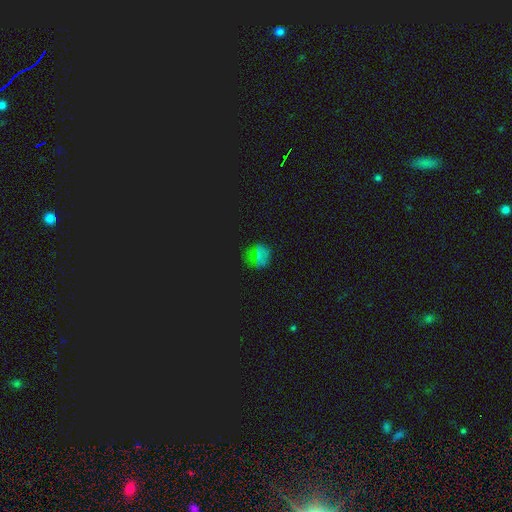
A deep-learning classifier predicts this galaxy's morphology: smooth_or_featured: star or artifact (p=0.50) [alt: smooth p=0.39]